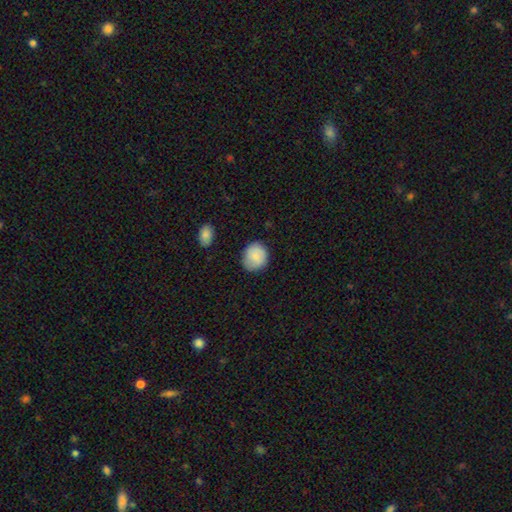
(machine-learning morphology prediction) Smooth or featured: smooth — 85% (featured or disk — 8%)
How rounded: round — 75% (in between — 24%)
Merging: none — 81% (minor disturbance — 15%)